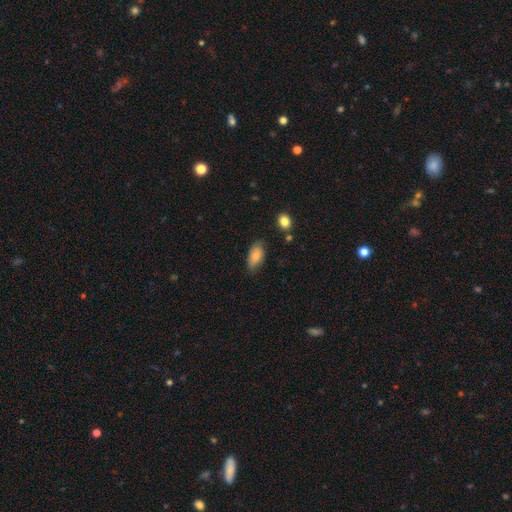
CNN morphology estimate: Smooth or featured? smooth (81%)
How rounded? in between (92%)
Merging? none (72%)